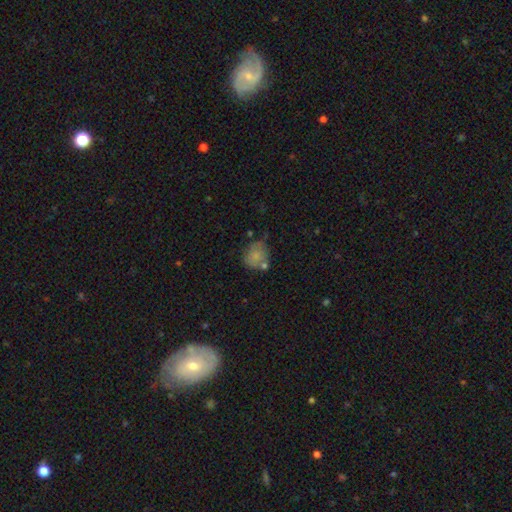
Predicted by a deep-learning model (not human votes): Morphology: type=smooth (73%); roundness=round (76%); merging=none (53%).